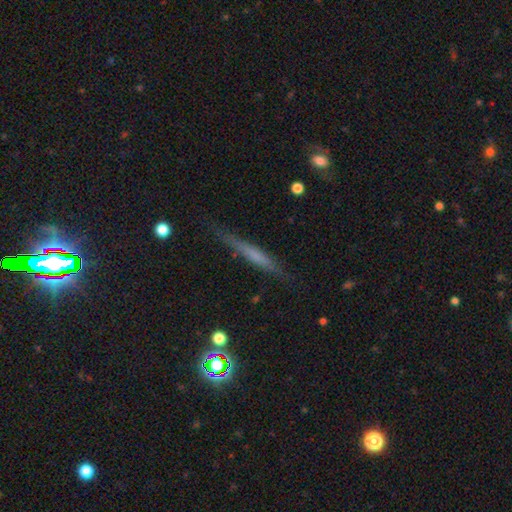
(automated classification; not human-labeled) A smooth galaxy with no disk features (48%). Merging: none (80%).